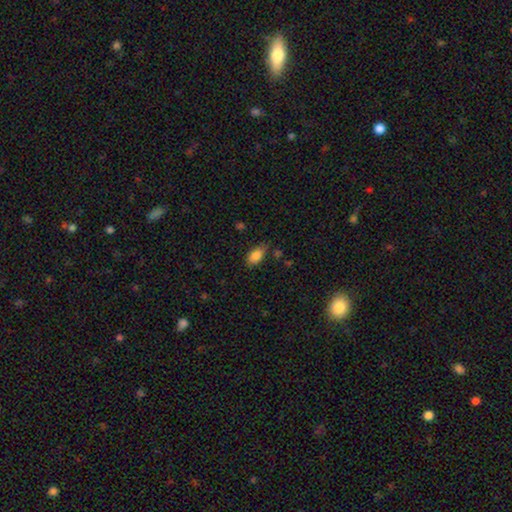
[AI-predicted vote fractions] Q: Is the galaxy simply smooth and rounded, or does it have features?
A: smooth — 85%.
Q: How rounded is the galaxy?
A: in between — 90%.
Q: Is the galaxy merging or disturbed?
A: none — 71%.